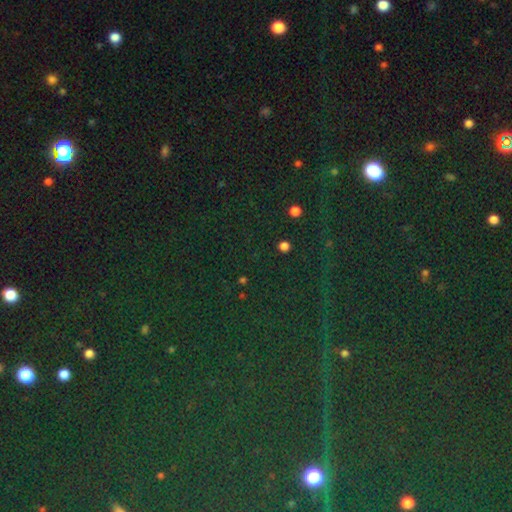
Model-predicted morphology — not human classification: smooth_or_featured: star or artifact (p=0.82) [alt: smooth p=0.10]